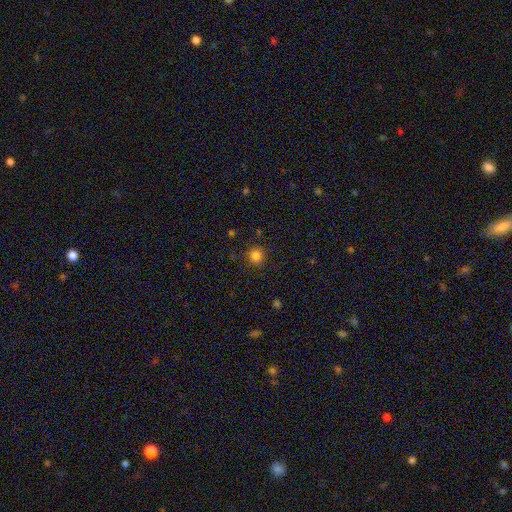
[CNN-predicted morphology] Smooth or featured? Predicted: smooth (p=0.83). How rounded? Predicted: round (p=0.87). Merging? Predicted: none (p=0.87).